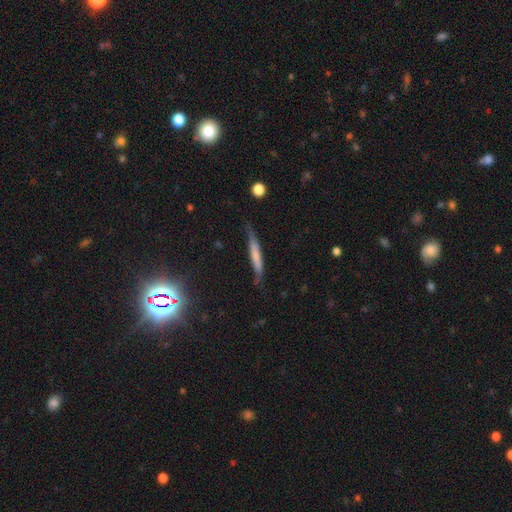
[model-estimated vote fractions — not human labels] Q: Smooth or featured?
A: smooth (56%); runner-up: featured or disk (36%)
Q: How rounded?
A: cigar-shaped (93%); runner-up: in between (5%)
Q: Merging?
A: none (70%); runner-up: minor disturbance (23%)